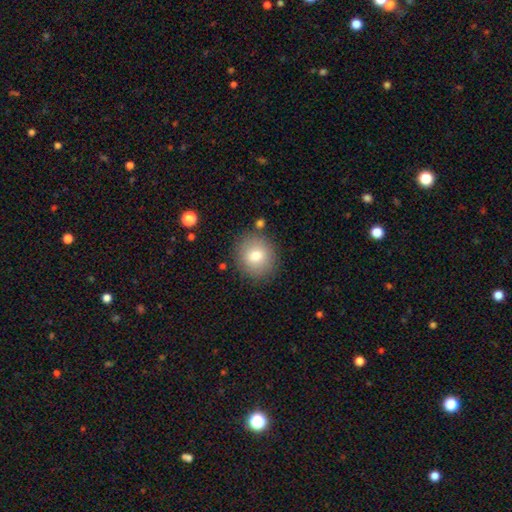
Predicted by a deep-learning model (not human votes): The model was most divided on "smooth or featured": smooth: 77%, featured or disk: 13%, star or artifact: 10%. More confident: how rounded — round (84%); merging — none (83%).